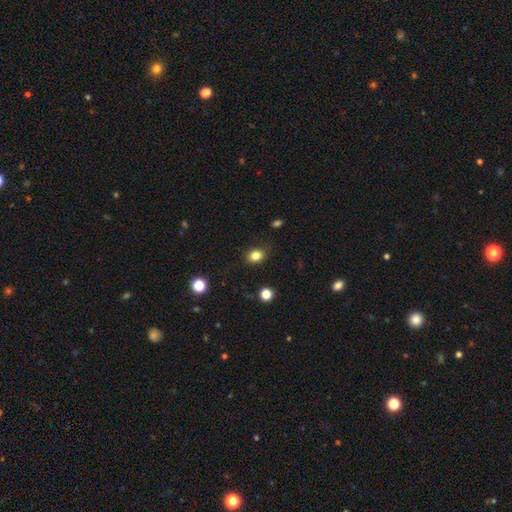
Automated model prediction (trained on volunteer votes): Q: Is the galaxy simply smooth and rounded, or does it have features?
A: smooth — 83%.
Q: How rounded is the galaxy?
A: in between — 54%.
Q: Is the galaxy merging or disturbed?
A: none — 84%.